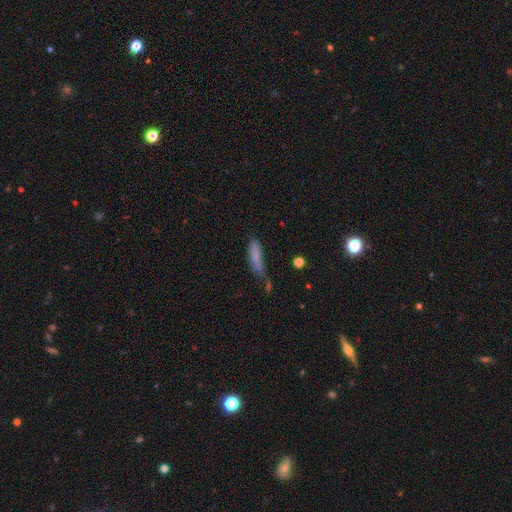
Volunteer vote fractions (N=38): This is clearly a smooth galaxy (87%). How rounded: likely cigar-shaped (73%). Merging: possibly none (50%).